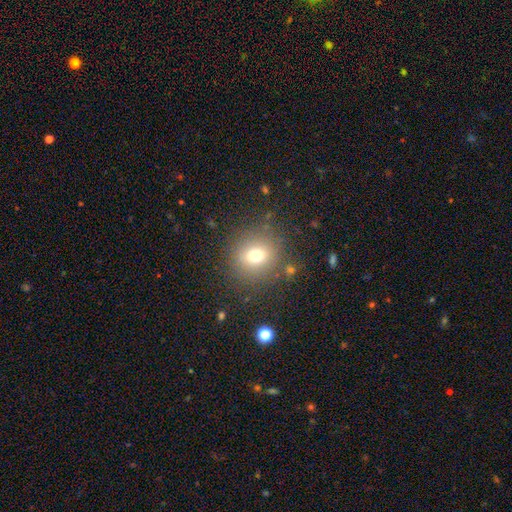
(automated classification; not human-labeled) Smooth or featured: smooth — 72% (star or artifact — 16%)
How rounded: round — 82% (in between — 17%)
Merging: none — 83% (minor disturbance — 10%)